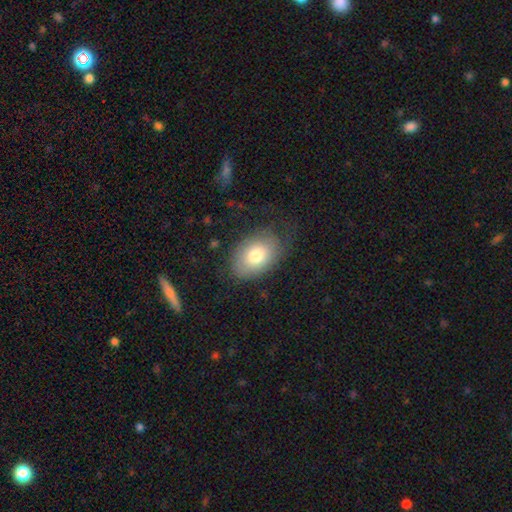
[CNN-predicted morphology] Smooth or featured: smooth — 74% (featured or disk — 18%)
How rounded: in between — 80% (round — 19%)
Merging: none — 66% (minor disturbance — 21%)